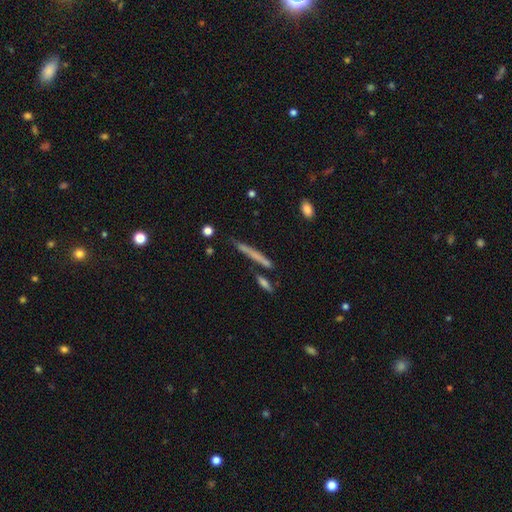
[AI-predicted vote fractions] Overall: smooth (50%; featured or disk 41%). Merging: none (75%).